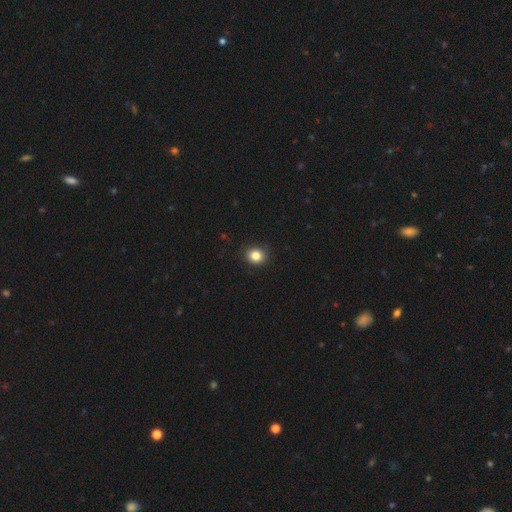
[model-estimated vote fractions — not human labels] Smooth or featured: smooth — 84% (star or artifact — 11%)
How rounded: round — 80% (in between — 19%)
Merging: none — 91% (minor disturbance — 7%)